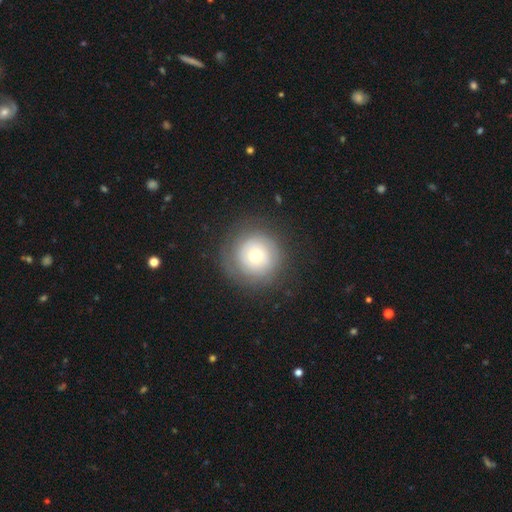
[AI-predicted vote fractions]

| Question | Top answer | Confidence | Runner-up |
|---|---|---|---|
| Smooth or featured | smooth | 54% | featured or disk (35%) |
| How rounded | round | 94% | in between (5%) |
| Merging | none | 81% | minor disturbance (12%) |